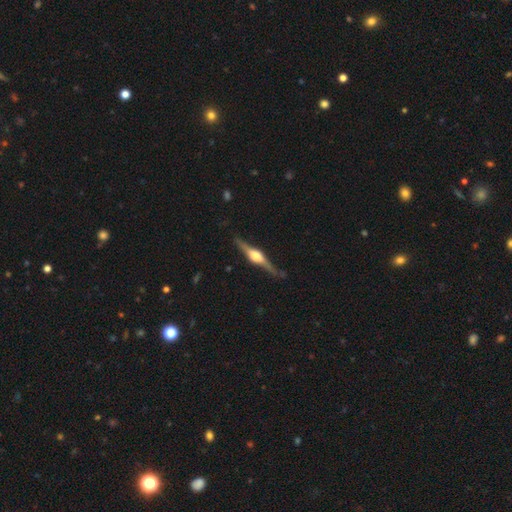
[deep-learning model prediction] A featured or disk galaxy (83%) viewed edge-on (98%) with a rounded central bulge (92%). Merging: none (85%).